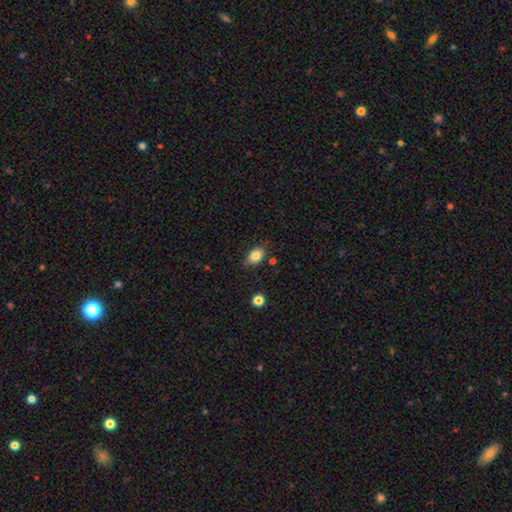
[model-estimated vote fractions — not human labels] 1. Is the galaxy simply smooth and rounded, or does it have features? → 83% smooth, 9% star or artifact, 8% featured or disk.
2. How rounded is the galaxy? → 80% in between, 19% round, 1% cigar-shaped.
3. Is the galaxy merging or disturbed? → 77% none, 17% minor disturbance, 3% major disturbance, 3% merger.